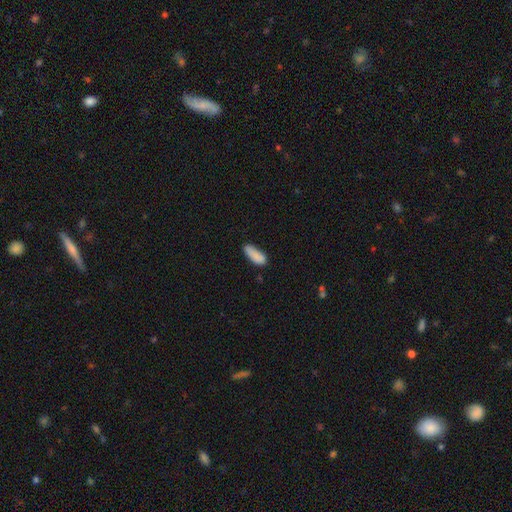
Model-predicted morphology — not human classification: This is clearly a smooth galaxy (86%). How rounded: likely in between (68%). Merging: likely none (67%).